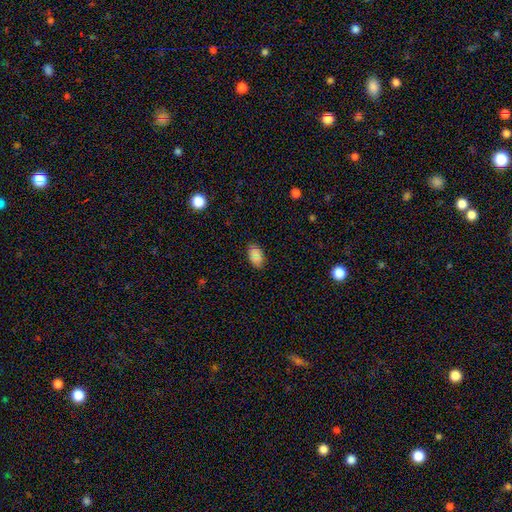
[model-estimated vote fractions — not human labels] Morphology: type=smooth (83%); roundness=in between (92%); merging=none (84%).